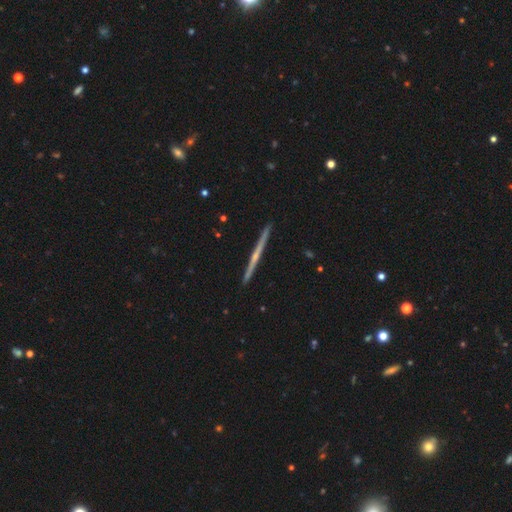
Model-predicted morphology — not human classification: This appears to be a featured or disk galaxy (76%) viewed edge-on (99%) with a rounded central bulge (50%). Merging: none (93%).